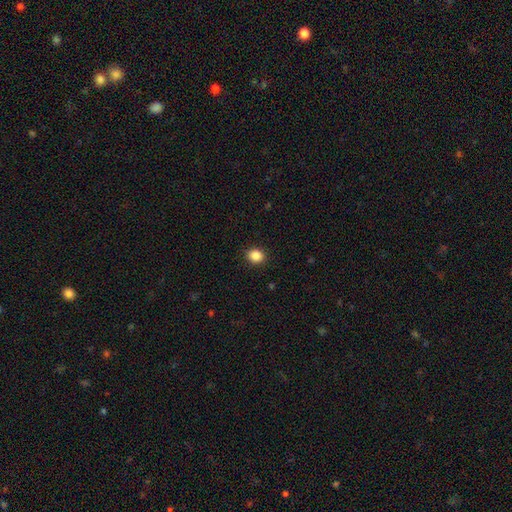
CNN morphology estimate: type=smooth (87%); roundness=round (73%); merging=none (90%).